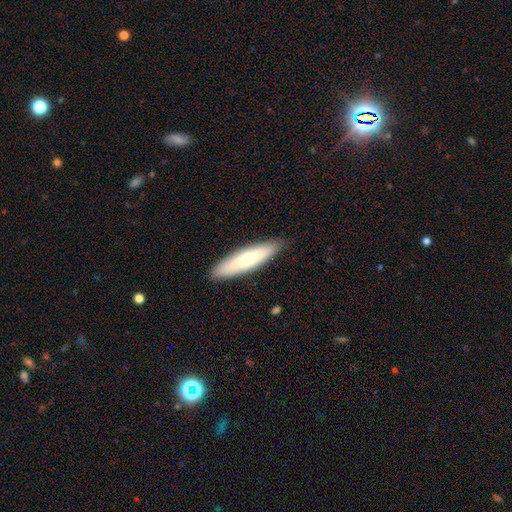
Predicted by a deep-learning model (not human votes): Smooth or featured: smooth — 62% (featured or disk — 32%)
How rounded: cigar-shaped — 64% (in between — 34%)
Merging: none — 87% (minor disturbance — 10%)